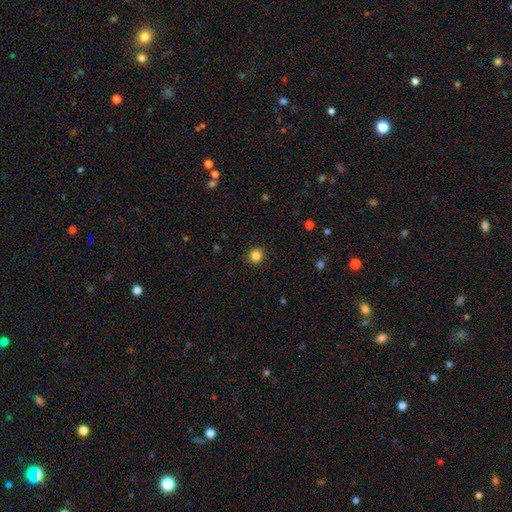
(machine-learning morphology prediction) Smooth or featured: smooth — 85% (star or artifact — 12%)
How rounded: round — 93% (in between — 6%)
Merging: none — 92% (minor disturbance — 5%)